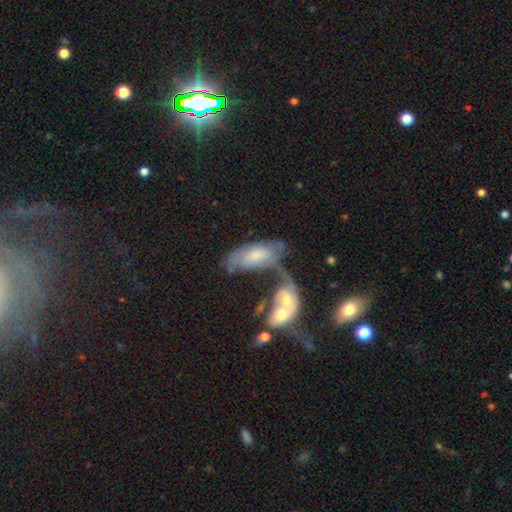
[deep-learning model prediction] Smooth or featured?
  - featured or disk: 47% *
  - smooth: 45%
  - star or artifact: 8%
Merging?
  - merger: 52% *
  - none: 20%
  - major disturbance: 15%
  - minor disturbance: 14%